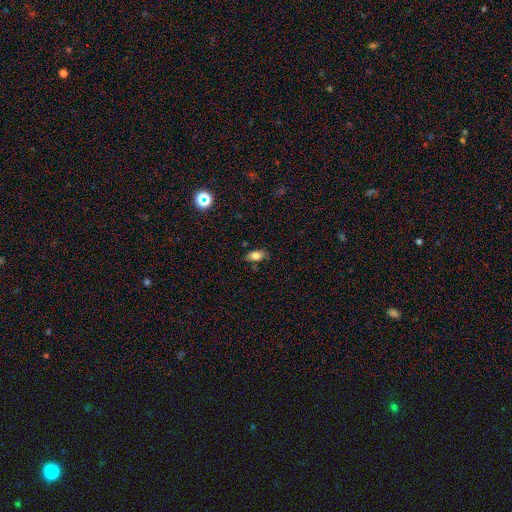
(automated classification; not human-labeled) Q: Smooth or featured?
A: smooth (80%); runner-up: star or artifact (10%)
Q: How rounded?
A: in between (88%); runner-up: round (6%)
Q: Merging?
A: none (77%); runner-up: minor disturbance (17%)